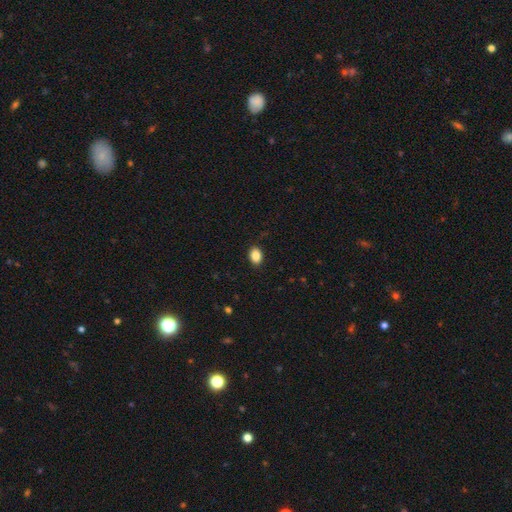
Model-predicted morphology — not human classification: type=smooth (87%); roundness=in between (80%); merging=none (90%).